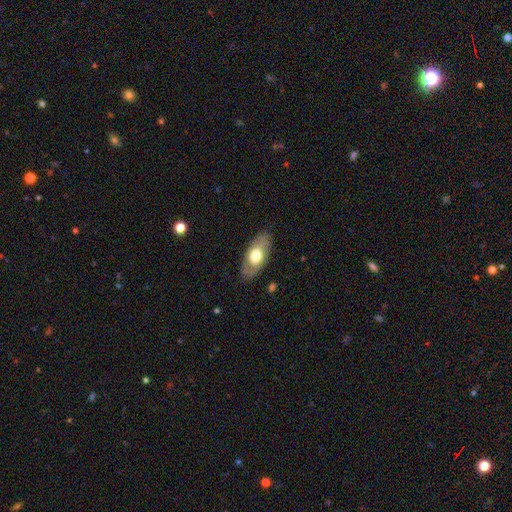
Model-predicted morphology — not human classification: Smooth or featured? smooth (52%)
How rounded? in between (90%)
Merging? none (80%)